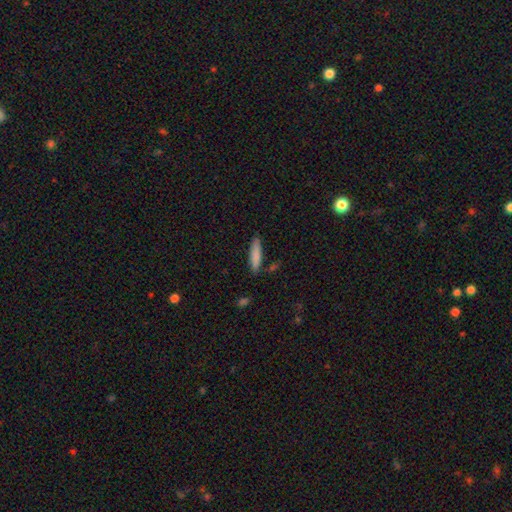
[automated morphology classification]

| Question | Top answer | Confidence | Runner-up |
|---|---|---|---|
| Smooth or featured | smooth | 84% | featured or disk (10%) |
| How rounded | cigar-shaped | 78% | in between (21%) |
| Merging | none | 82% | minor disturbance (12%) |